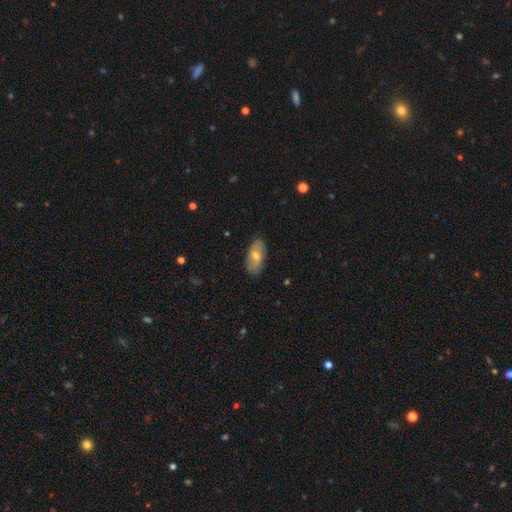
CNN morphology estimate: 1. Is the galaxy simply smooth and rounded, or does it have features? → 55% smooth, 38% featured or disk, 8% star or artifact.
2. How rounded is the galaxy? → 89% in between, 7% cigar-shaped, 4% round.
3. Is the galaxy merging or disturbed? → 84% none, 12% minor disturbance, 2% major disturbance, 1% merger.